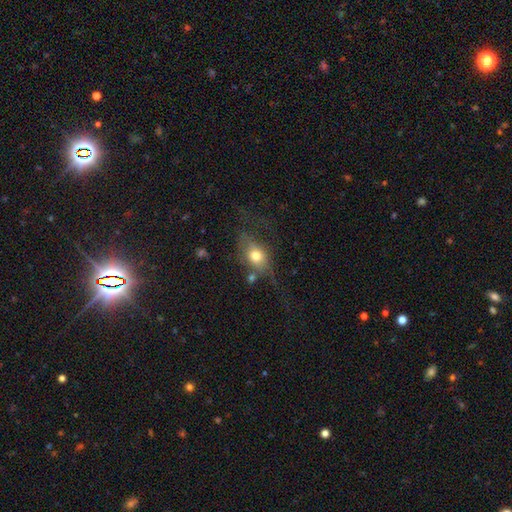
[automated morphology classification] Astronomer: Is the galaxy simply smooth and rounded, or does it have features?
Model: smooth — 65%.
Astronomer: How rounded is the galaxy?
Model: in between — 65%.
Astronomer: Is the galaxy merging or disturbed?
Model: none — 43% (runner-up: major disturbance, 27%).